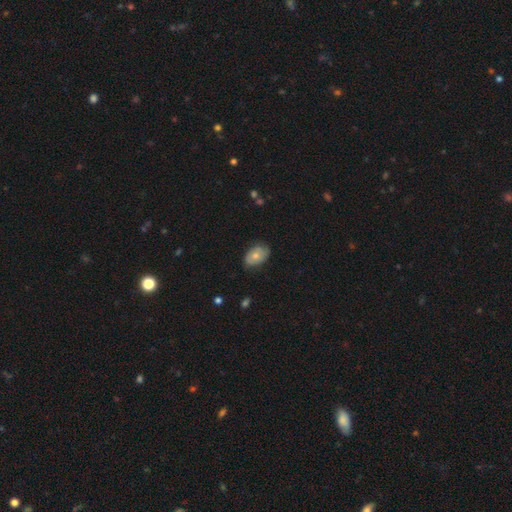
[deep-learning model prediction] Smooth or featured: smooth — 66% (featured or disk — 27%)
How rounded: in between — 86% (round — 13%)
Merging: none — 75% (minor disturbance — 21%)